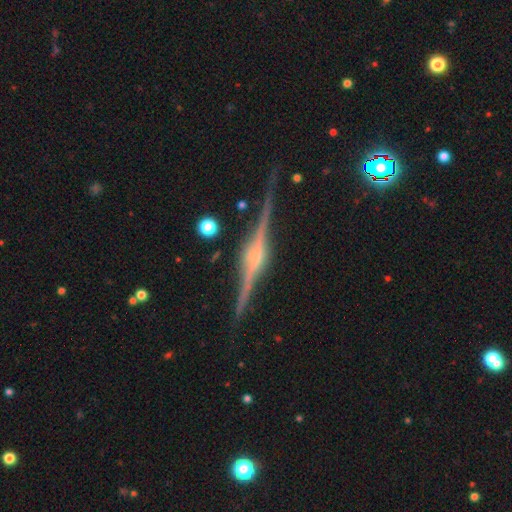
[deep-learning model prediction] Overall: featured or disk (90%). Edge-on disk: yes (98%). Edge-on bulge: rounded (66%; boxy 27%). Merging: none (89%).